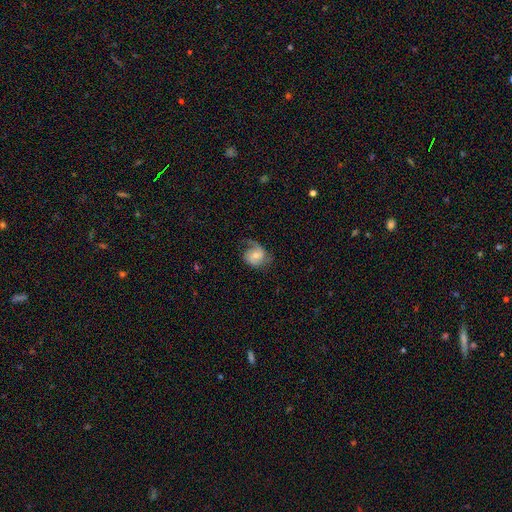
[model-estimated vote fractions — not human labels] featured or disk 68%, smooth 25%, star or artifact 7%. Down the decision tree: edge-on disk — no (97%); bar — no (53%); spiral arms — yes (91%); spiral arm count — 2 (62%); spiral winding — medium (43%); bulge size — moderate (52%); merging — none (56%).